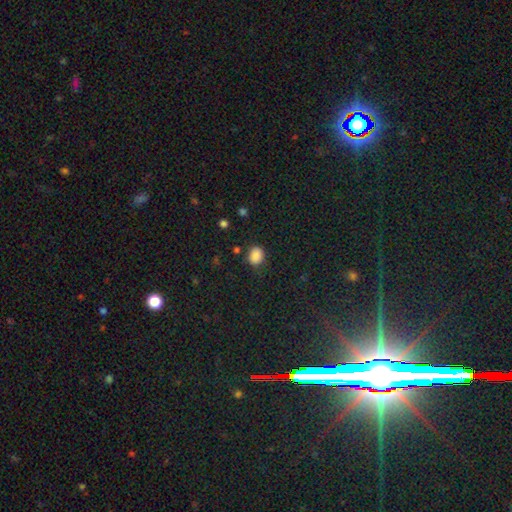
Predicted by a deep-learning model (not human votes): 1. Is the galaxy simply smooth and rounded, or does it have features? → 85% smooth, 11% star or artifact, 4% featured or disk.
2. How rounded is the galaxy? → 52% round, 47% in between, 1% cigar-shaped.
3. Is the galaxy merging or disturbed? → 80% none, 14% minor disturbance, 4% major disturbance, 2% merger.